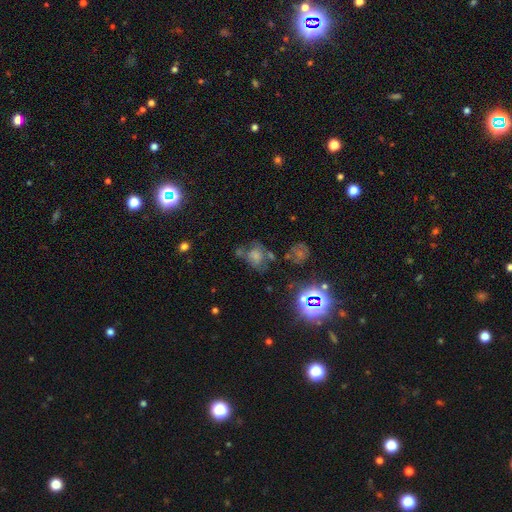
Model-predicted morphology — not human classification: A smooth galaxy with no disk features (50%). Merging: none (39%).